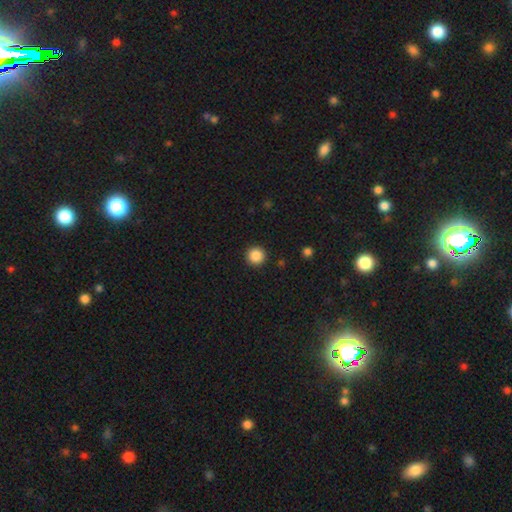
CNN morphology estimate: Smooth or featured? smooth (87%)
How rounded? round (96%)
Merging? none (93%)